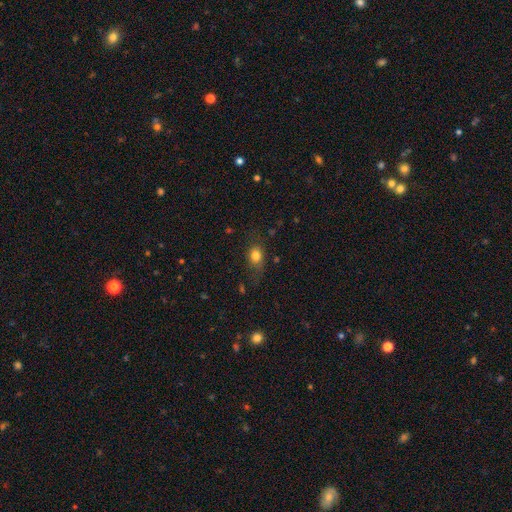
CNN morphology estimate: type=smooth (79%); roundness=in between (55%); merging=none (67%).